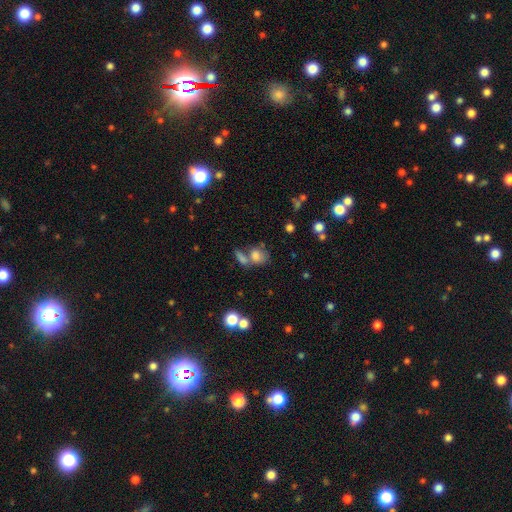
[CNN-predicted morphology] This is likely a smooth galaxy (74%). How rounded: likely in between (60%). Merging: marginally merger (41%).